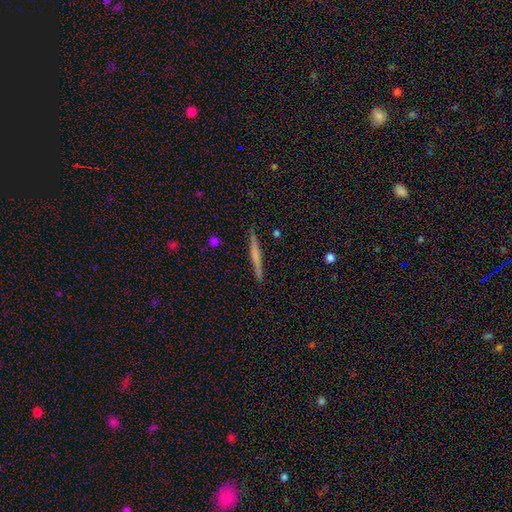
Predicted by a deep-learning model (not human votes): Smooth or featured?
  - smooth: 53% *
  - featured or disk: 40%
  - star or artifact: 6%
How rounded?
  - cigar-shaped: 96% *
  - in between: 2%
  - round: 2%
Merging?
  - none: 90% *
  - minor disturbance: 7%
  - major disturbance: 1%
  - merger: 1%